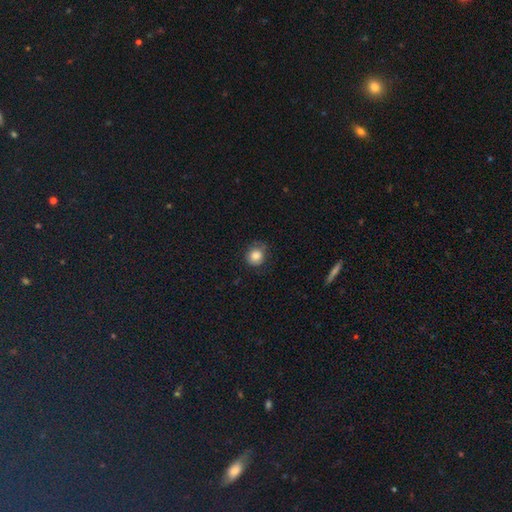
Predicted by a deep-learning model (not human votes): A smooth galaxy with no disk features (81%) that is round (83%). Merging: none (67%).